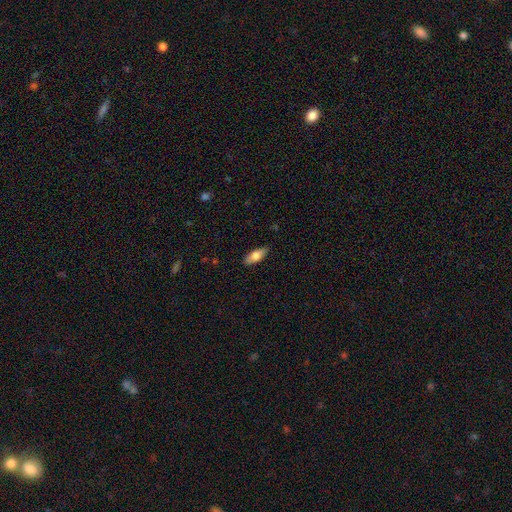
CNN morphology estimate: This is likely a smooth galaxy (75%). How rounded: likely in between (72%). Merging: clearly none (85%).